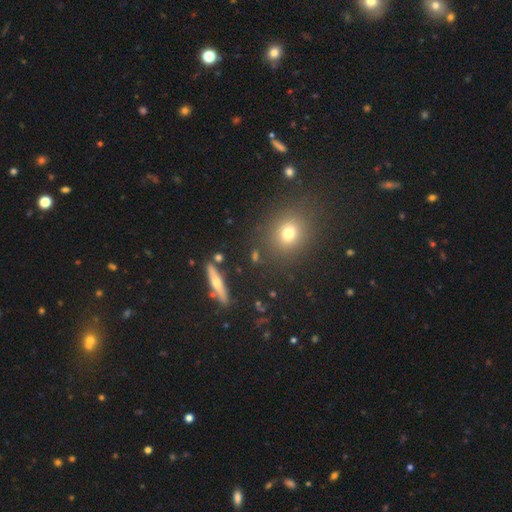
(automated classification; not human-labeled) Morphology: type=smooth (49%); merging=none (85%).